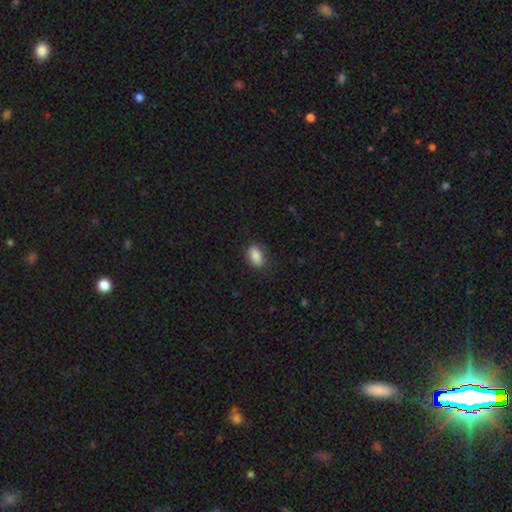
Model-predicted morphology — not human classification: The model was most divided on "merging": none: 84%, minor disturbance: 12%, major disturbance: 3%, merger: 1%. More confident: how rounded — in between (89%); smooth or featured — smooth (88%).